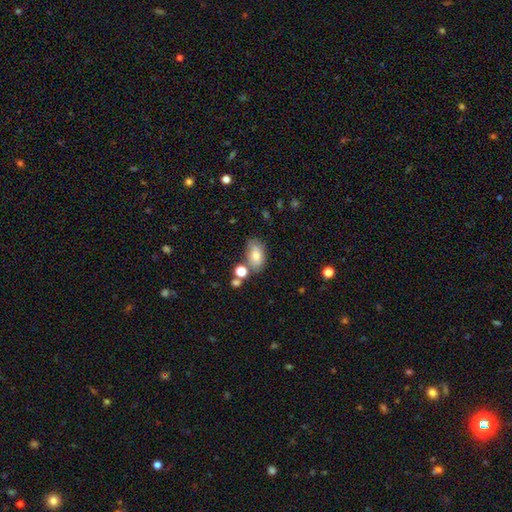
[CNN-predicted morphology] Smooth or featured? Predicted: smooth (p=0.71). How rounded? Predicted: in between (p=0.88). Merging? Predicted: none (p=0.58).